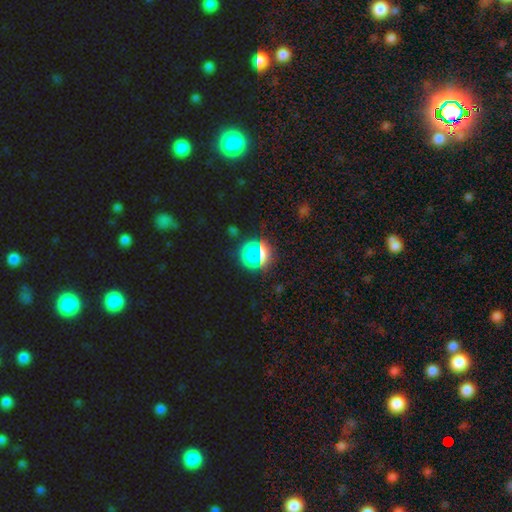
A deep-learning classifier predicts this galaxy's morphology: Smooth or featured? star or artifact (58%)